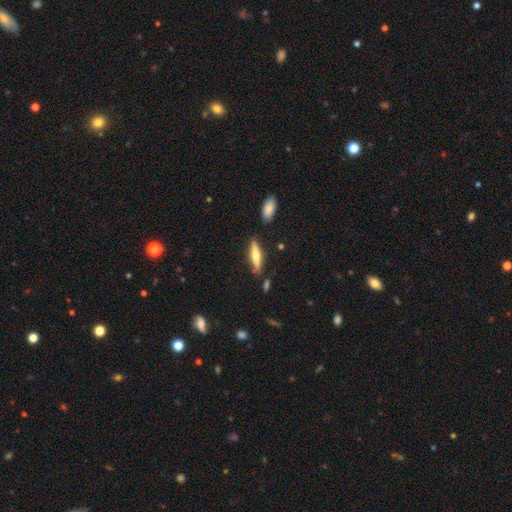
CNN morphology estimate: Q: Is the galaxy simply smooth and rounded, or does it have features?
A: smooth — 54%.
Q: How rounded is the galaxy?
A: cigar-shaped — 75%.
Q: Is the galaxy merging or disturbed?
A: none — 78%.